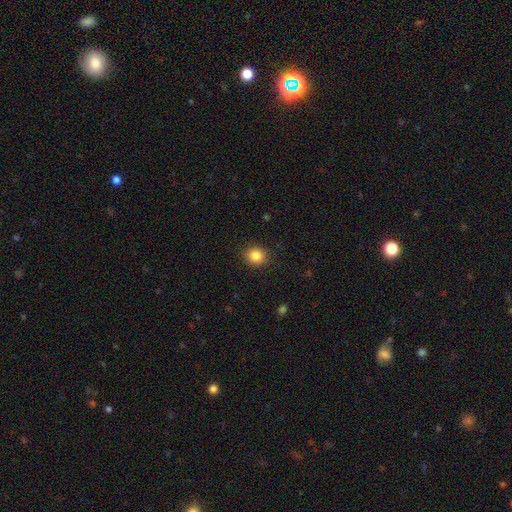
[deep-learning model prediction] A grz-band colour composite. It shows a smooth galaxy with no disk features (85%) that is round (86%). Merging: none (91%).